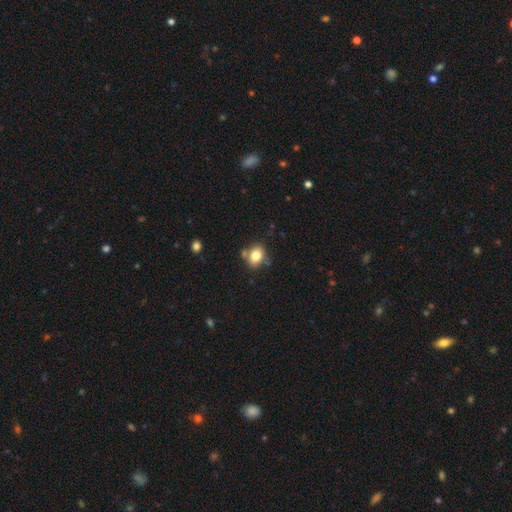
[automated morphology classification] smooth 80%, star or artifact 10%, featured or disk 10%. Down the decision tree: how rounded — in between (53%); merging — none (70%).